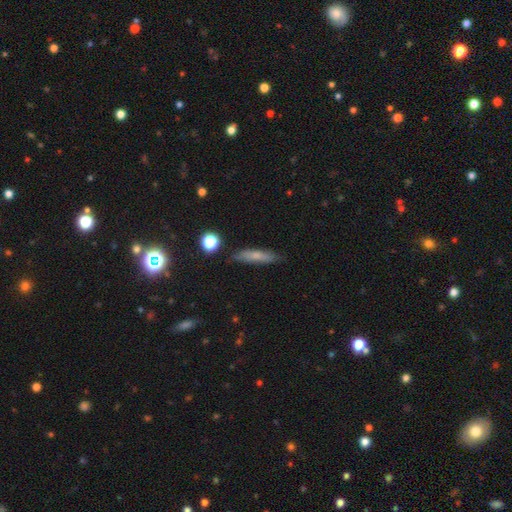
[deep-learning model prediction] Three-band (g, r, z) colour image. It shows a smooth galaxy with no disk features (66%) that is cigar-shaped (78%). Merging: none (79%).